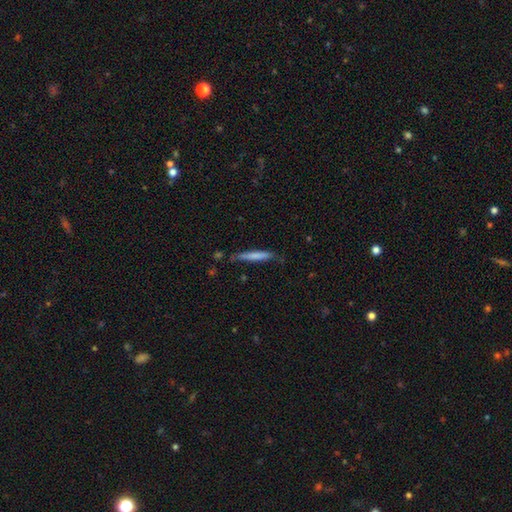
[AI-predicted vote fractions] Smooth or featured? Predicted: smooth (p=0.68). How rounded? Predicted: cigar-shaped (p=0.94). Merging? Predicted: none (p=0.72).